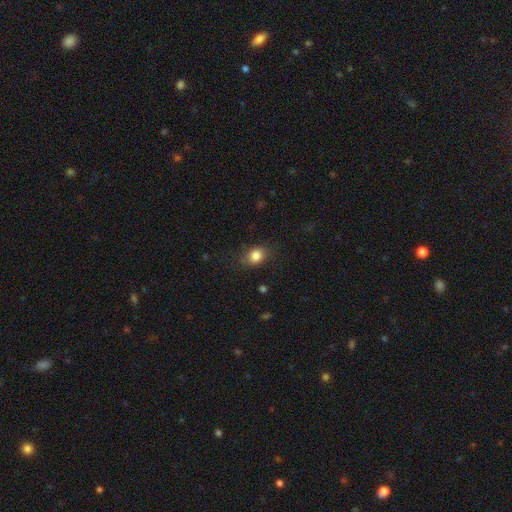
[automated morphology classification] This is clearly a smooth galaxy (83%). How rounded: possibly round (54%). Merging: likely none (79%).